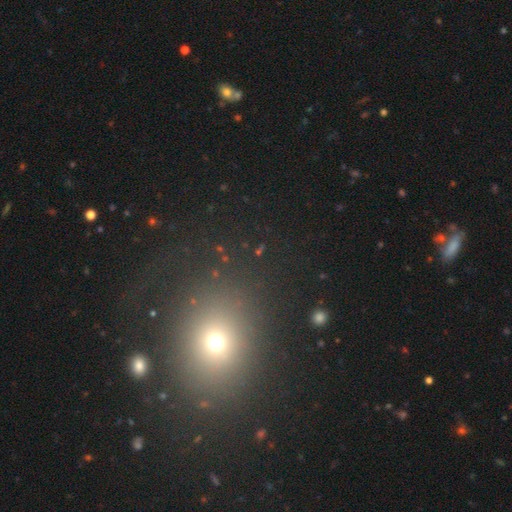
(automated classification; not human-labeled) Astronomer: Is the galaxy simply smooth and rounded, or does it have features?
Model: smooth — 59%.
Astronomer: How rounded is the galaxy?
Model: round — 63%.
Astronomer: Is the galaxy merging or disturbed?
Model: none — 84%.